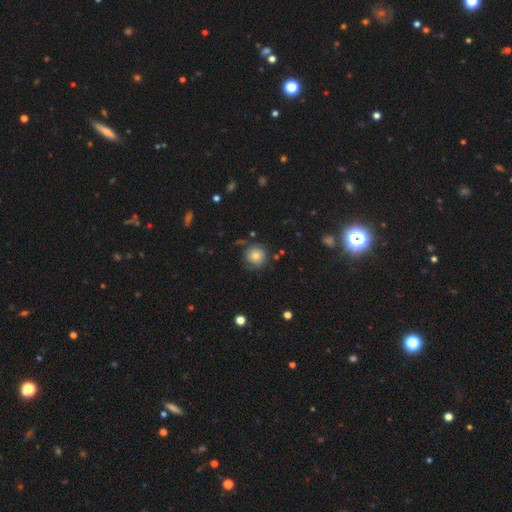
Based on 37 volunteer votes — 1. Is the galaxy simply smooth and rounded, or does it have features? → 62% smooth, 30% featured or disk, 8% star or artifact.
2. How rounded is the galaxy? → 100% round, 0% in between, 0% cigar-shaped.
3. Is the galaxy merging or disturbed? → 74% none, 21% minor disturbance, 3% major disturbance, 3% merger.